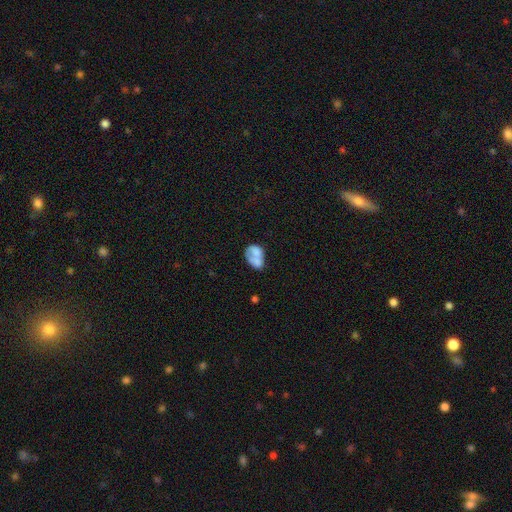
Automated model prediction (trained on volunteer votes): This appears to be a smooth galaxy with no disk features (62%) that is in between round and cigar-shaped (75%). Merging: merger (49%).